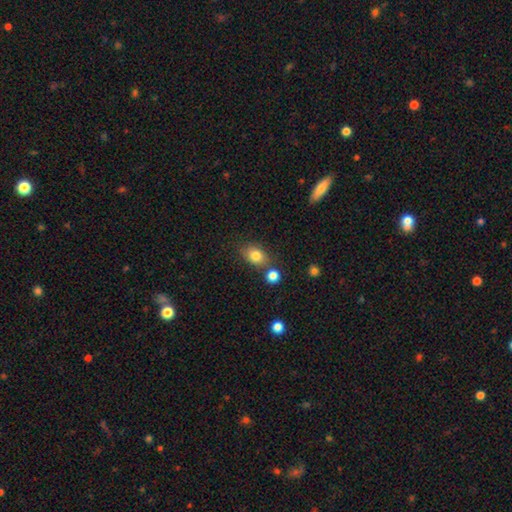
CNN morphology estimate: smooth-or-featured: smooth: 82% | star or artifact: 10% | featured or disk: 8%
  how-rounded: in between: 69% | round: 30% | cigar-shaped: 2%
  merging: none: 69% | merger: 14% | minor disturbance: 13% | major disturbance: 4%